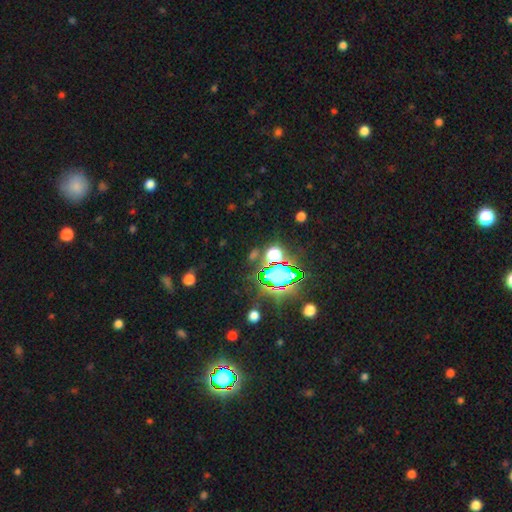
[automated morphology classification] Q: Smooth or featured?
A: star or artifact (74%); runner-up: smooth (17%)